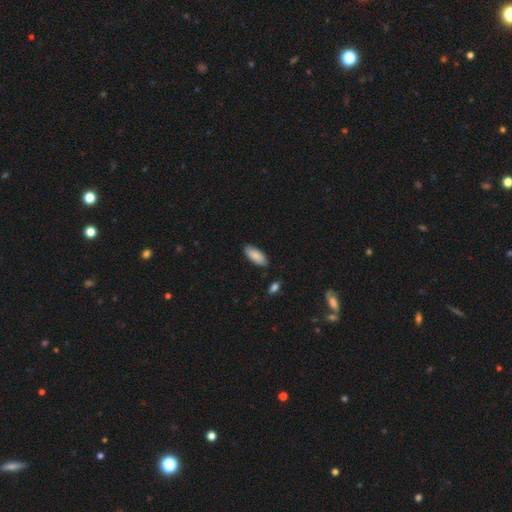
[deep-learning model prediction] smooth 87%, featured or disk 7%, star or artifact 6%. Down the decision tree: how rounded — in between (84%); merging — none (85%).